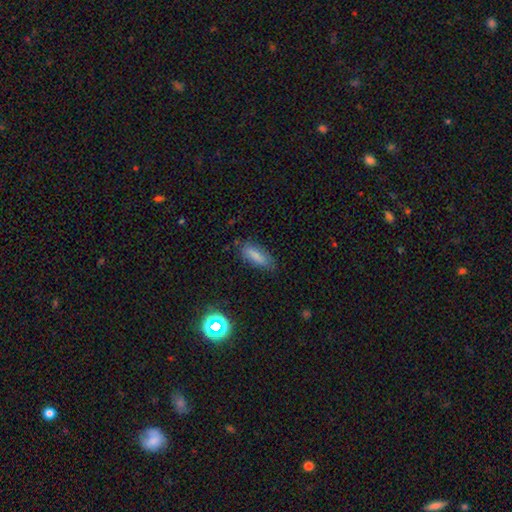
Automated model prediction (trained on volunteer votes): This is clearly a smooth galaxy (80%). How rounded: likely in between (62%). Merging: likely none (74%).